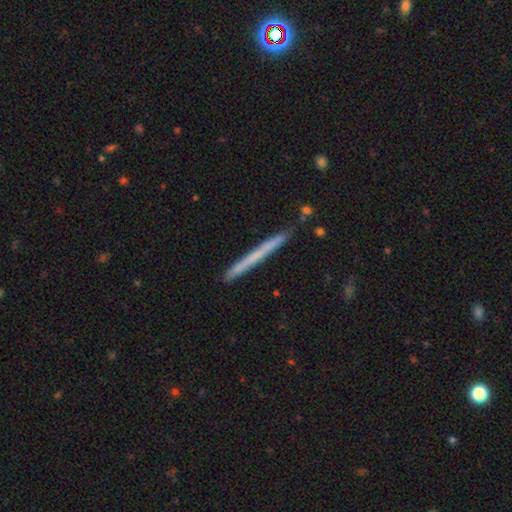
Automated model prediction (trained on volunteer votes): A smooth galaxy with no disk features (53%) that is cigar-shaped (97%).

Vote fractions:
- Smooth or featured? smooth: 53% / featured or disk: 41% / star or artifact: 6%
- How rounded? cigar-shaped: 97% / in between: 1% / round: 1%
- Merging? none: 87% / minor disturbance: 10% / merger: 2% / major disturbance: 2%